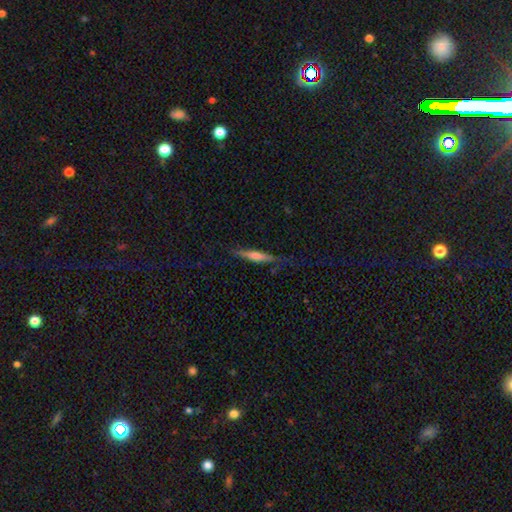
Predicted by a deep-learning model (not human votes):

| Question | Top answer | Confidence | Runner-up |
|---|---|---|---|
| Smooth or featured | featured or disk | 48% | smooth (46%) |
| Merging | none | 76% | minor disturbance (17%) |